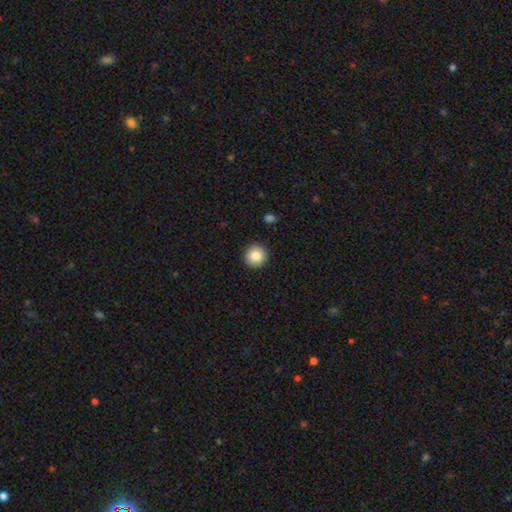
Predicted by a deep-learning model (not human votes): smooth-or-featured: smooth: 85% | star or artifact: 9% | featured or disk: 6%
  how-rounded: round: 95% | in between: 4% | cigar-shaped: 1%
  merging: none: 92% | minor disturbance: 5% | major disturbance: 2% | merger: 1%